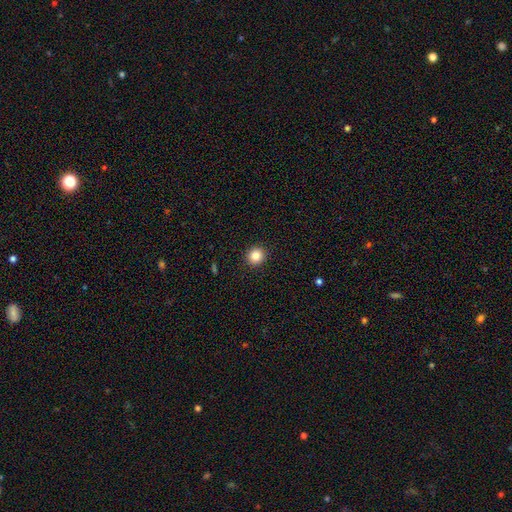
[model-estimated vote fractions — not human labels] Q: Smooth or featured?
A: smooth (84%); runner-up: star or artifact (11%)
Q: How rounded?
A: round (90%); runner-up: in between (9%)
Q: Merging?
A: none (92%); runner-up: minor disturbance (5%)